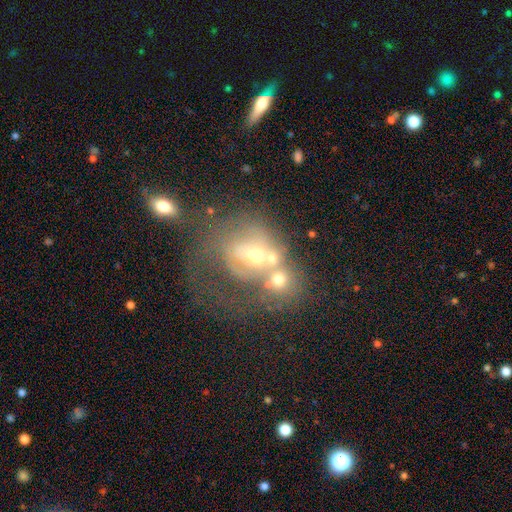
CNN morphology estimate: Smooth or featured? featured or disk (58%)
Edge-on disk? no (95%)
Bar? no (72%)
Spiral arms? no (54%)
Bulge size? moderate (53%)
Merging? merger (56%)